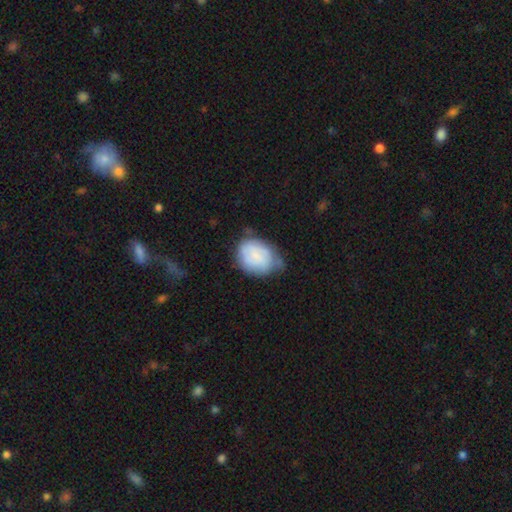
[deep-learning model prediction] Q: Smooth or featured?
A: smooth (67%); runner-up: featured or disk (26%)
Q: How rounded?
A: in between (57%); runner-up: round (42%)
Q: Merging?
A: none (44%); runner-up: minor disturbance (39%)